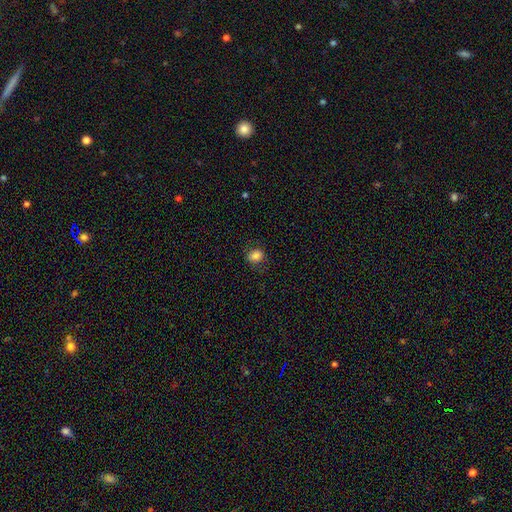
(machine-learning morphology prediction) A smooth galaxy with no disk features (82%) that is round (58%).

Vote fractions:
- Smooth or featured? smooth: 82% / star or artifact: 11% / featured or disk: 7%
- How rounded? round: 58% / in between: 41% / cigar-shaped: 1%
- Merging? none: 80% / minor disturbance: 14% / major disturbance: 5% / merger: 1%